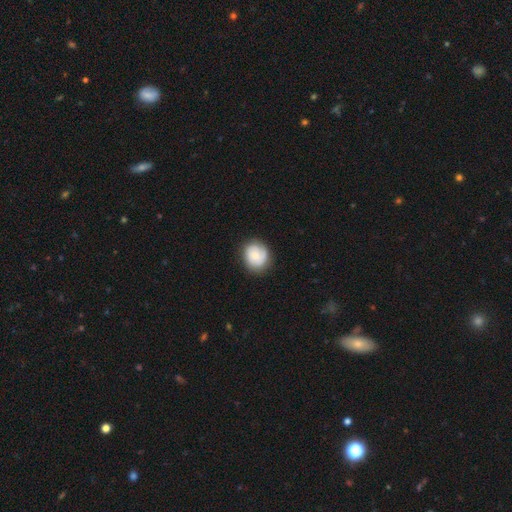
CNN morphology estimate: smooth-or-featured: smooth: 66% | featured or disk: 27% | star or artifact: 7%
  how-rounded: round: 77% | in between: 22% | cigar-shaped: 1%
  merging: none: 79% | minor disturbance: 16% | major disturbance: 4% | merger: 1%